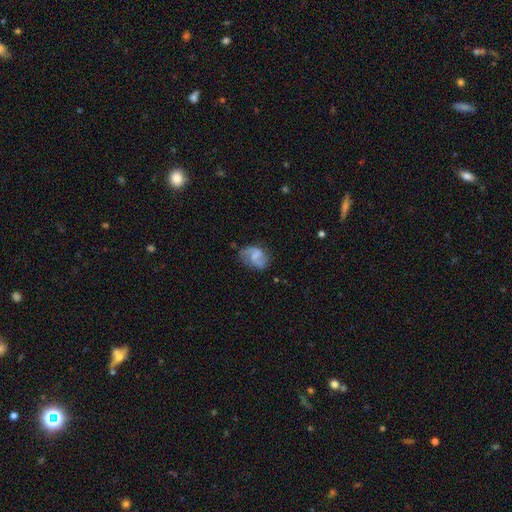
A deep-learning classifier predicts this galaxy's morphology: Smooth or featured? Predicted: featured or disk (p=0.65). Edge-on disk? Predicted: no (p=0.98). Bar? Predicted: weak (p=0.47). Spiral arms? Predicted: yes (p=0.87). Spiral winding? Predicted: loose (p=0.51). Spiral arm count? Predicted: 2 (p=0.83). Bulge size? Predicted: none (p=0.48). Merging? Predicted: none (p=0.60).